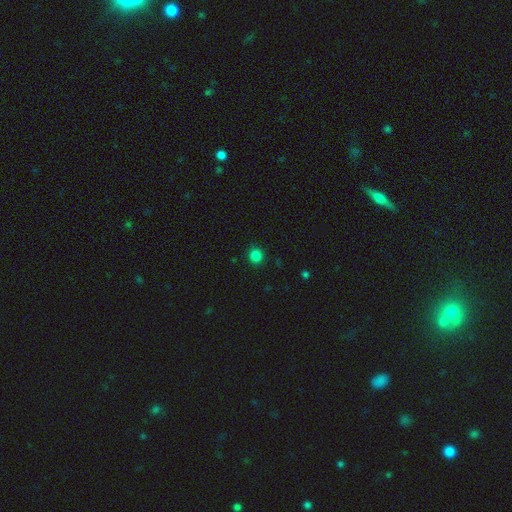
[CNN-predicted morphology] type=smooth (83%); roundness=round (87%); merging=none (90%).